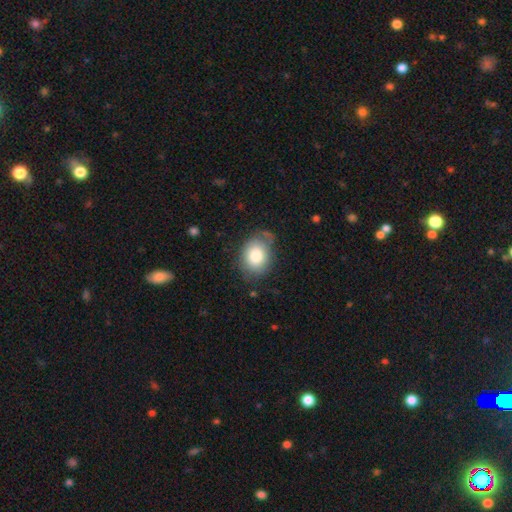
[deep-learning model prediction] A smooth galaxy with no disk features (80%) that is in between round and cigar-shaped (56%). Merging: none (67%).